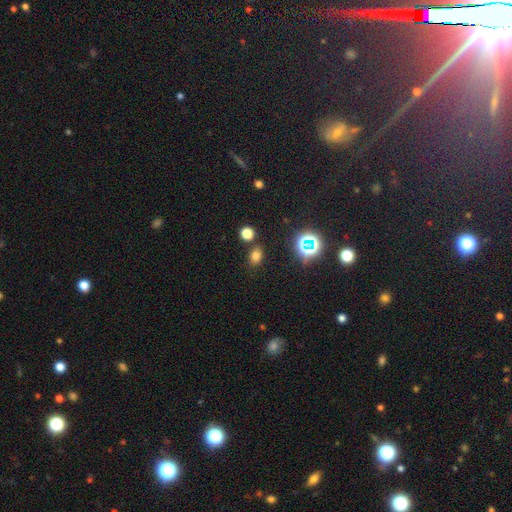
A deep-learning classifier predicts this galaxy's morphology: Smooth or featured? smooth (70%)
How rounded? in between (66%)
Merging? none (80%)